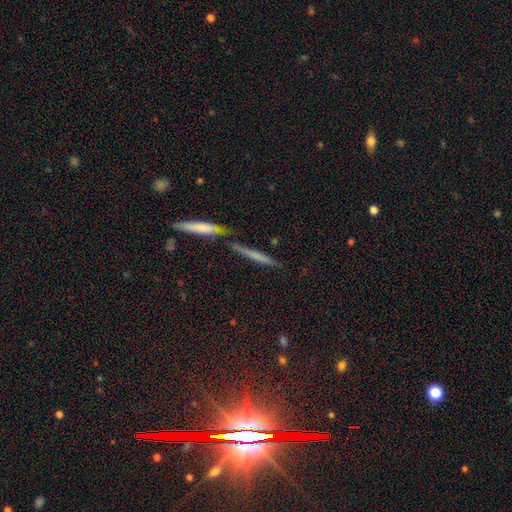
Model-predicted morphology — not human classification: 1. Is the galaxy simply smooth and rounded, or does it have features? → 54% smooth, 36% featured or disk, 10% star or artifact.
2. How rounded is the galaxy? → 92% cigar-shaped, 6% in between, 3% round.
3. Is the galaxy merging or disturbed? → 68% none, 18% merger, 10% minor disturbance, 3% major disturbance.